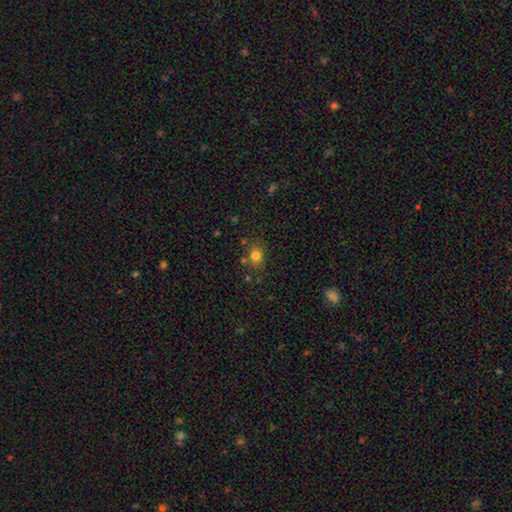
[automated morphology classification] smooth-or-featured: smooth: 78% | star or artifact: 14% | featured or disk: 8%
  how-rounded: round: 60% | in between: 39% | cigar-shaped: 1%
  merging: none: 73% | minor disturbance: 15% | merger: 8% | major disturbance: 5%